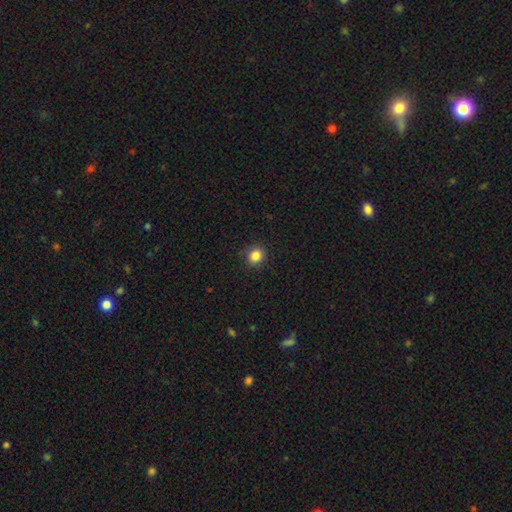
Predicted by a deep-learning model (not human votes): A smooth galaxy with no disk features (85%) that is round (83%).

Vote fractions:
- Smooth or featured? smooth: 85% / star or artifact: 11% / featured or disk: 4%
- How rounded? round: 83% / in between: 16% / cigar-shaped: 1%
- Merging? none: 90% / minor disturbance: 7% / major disturbance: 2% / merger: 1%